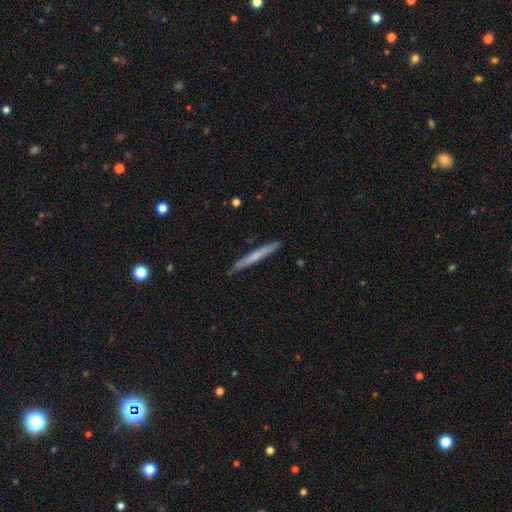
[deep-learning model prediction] Smooth or featured: smooth — 53% (featured or disk — 41%)
How rounded: cigar-shaped — 97% (in between — 2%)
Merging: none — 87% (minor disturbance — 10%)